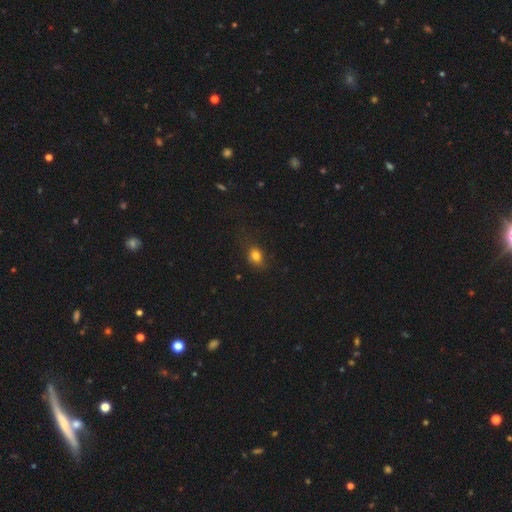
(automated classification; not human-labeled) smooth-or-featured: smooth: 81% | star or artifact: 12% | featured or disk: 7%
  how-rounded: round: 51% | in between: 48% | cigar-shaped: 1%
  merging: none: 66% | minor disturbance: 23% | major disturbance: 9% | merger: 2%